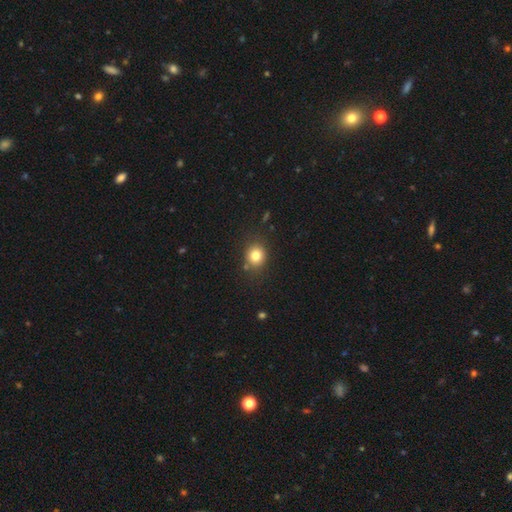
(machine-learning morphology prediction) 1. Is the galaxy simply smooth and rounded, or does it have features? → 81% smooth, 12% star or artifact, 7% featured or disk.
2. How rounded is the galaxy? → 74% round, 25% in between, 1% cigar-shaped.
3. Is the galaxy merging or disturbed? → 82% none, 11% minor disturbance, 4% merger, 3% major disturbance.